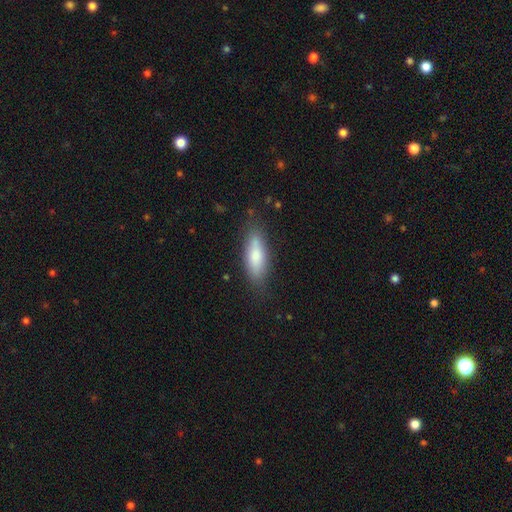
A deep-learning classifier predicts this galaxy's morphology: This appears to be a smooth galaxy with no disk features (76%) that is in between round and cigar-shaped (62%). Merging: none (74%).